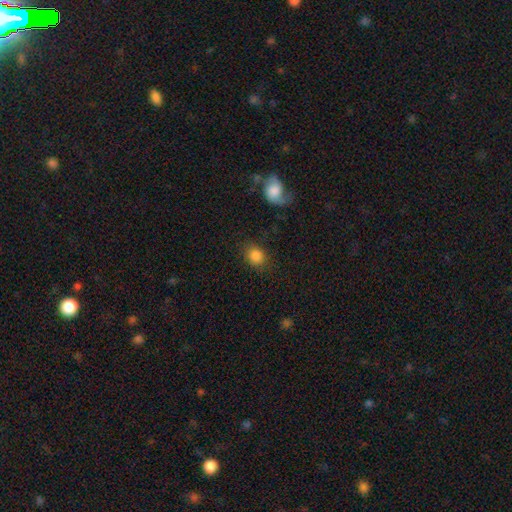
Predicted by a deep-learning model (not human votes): smooth_or_featured: smooth (p=0.85) [alt: star or artifact p=0.09]
how_rounded: round (p=0.61) [alt: in between p=0.38]
merging: none (p=0.79) [alt: minor disturbance p=0.13]